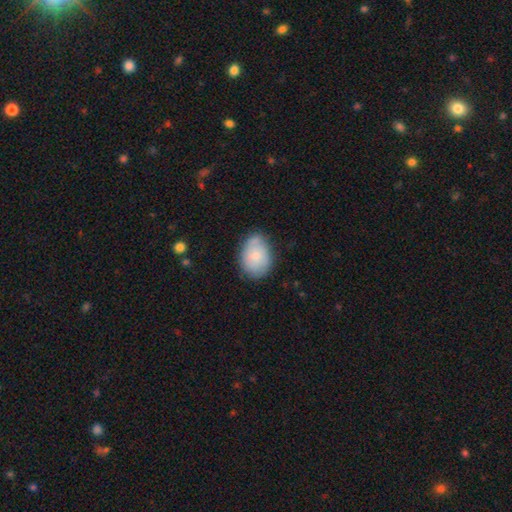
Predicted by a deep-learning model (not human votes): Overall: smooth (70%). How rounded: in between (73%). Merging: none (66%).